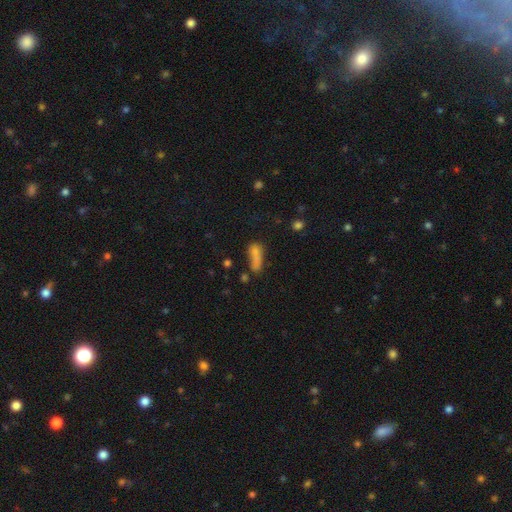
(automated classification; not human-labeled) This is likely a smooth galaxy (72%). How rounded: possibly in between (59%). Merging: marginally merger (35%).